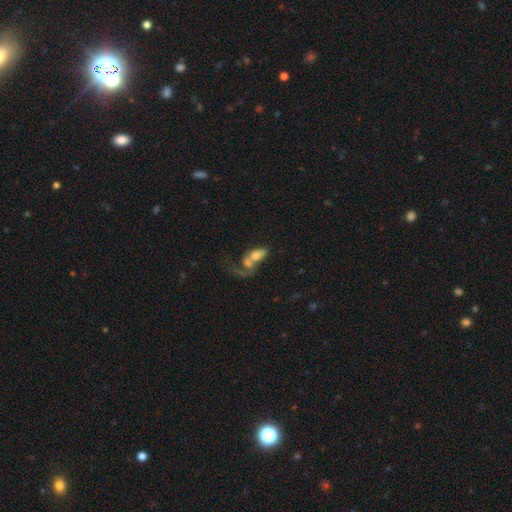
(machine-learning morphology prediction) Q: Smooth or featured?
A: smooth (54%); runner-up: featured or disk (38%)
Q: How rounded?
A: in between (79%); runner-up: round (14%)
Q: Merging?
A: merger (68%); runner-up: major disturbance (16%)